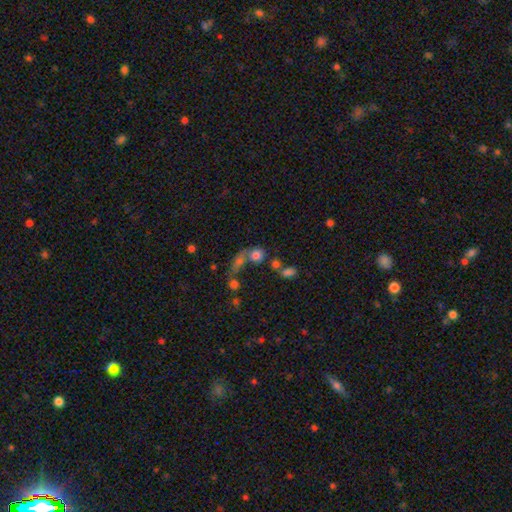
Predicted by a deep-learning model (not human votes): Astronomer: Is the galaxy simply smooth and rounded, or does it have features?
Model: smooth — 73%.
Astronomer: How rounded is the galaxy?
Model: round — 75%.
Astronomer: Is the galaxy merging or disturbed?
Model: none — 41% (runner-up: merger, 40%).